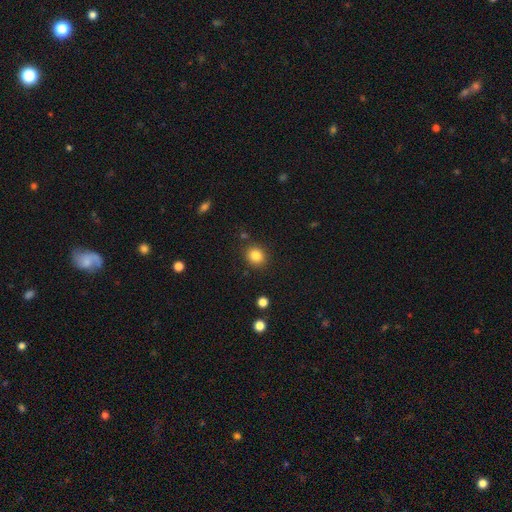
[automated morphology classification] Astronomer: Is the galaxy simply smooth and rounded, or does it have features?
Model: smooth — 83%.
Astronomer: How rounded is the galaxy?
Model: round — 74%.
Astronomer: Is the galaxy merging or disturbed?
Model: none — 87%.